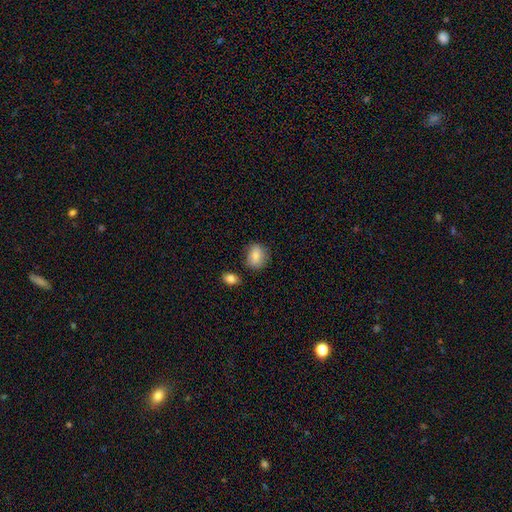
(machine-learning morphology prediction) A smooth galaxy with no disk features (82%) that is round (56%). Merging: none (77%).